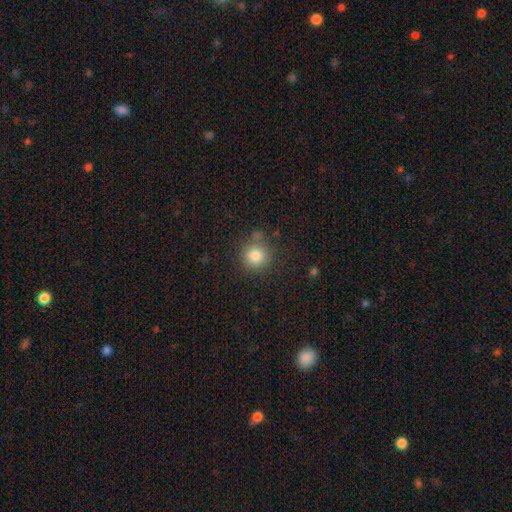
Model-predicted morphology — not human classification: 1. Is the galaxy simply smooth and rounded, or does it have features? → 83% smooth, 11% star or artifact, 6% featured or disk.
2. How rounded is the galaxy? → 91% round, 8% in between, 1% cigar-shaped.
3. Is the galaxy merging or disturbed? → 78% none, 13% minor disturbance, 5% merger, 4% major disturbance.